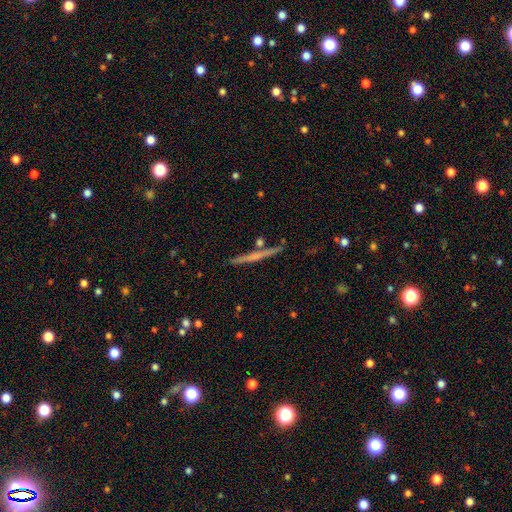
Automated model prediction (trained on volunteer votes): The model was most divided on "smooth or featured": featured or disk: 59%, smooth: 34%, star or artifact: 7%. More confident: edge-on disk — yes (98%); merging — none (87%); edge-on bulge — none (67%).